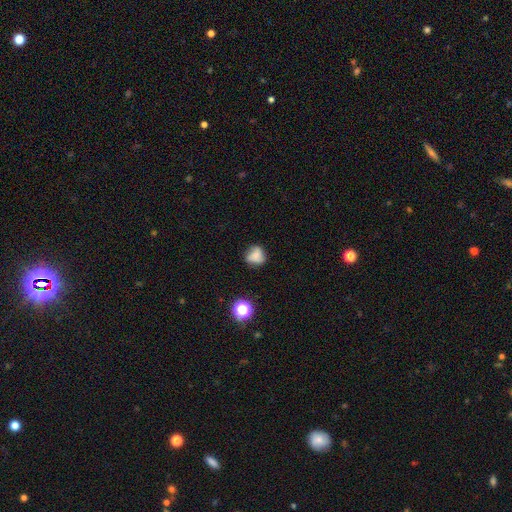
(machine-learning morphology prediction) smooth_or_featured: smooth (p=0.63) [alt: featured or disk p=0.24]
how_rounded: round (p=0.72) [alt: in between p=0.27]
merging: none (p=0.62) [alt: minor disturbance p=0.26]